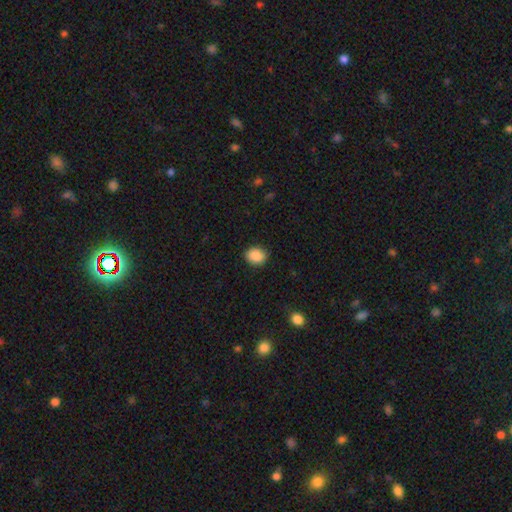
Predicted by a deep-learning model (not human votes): smooth 89%, star or artifact 8%, featured or disk 3%. Down the decision tree: how rounded — round (55%); merging — none (89%).